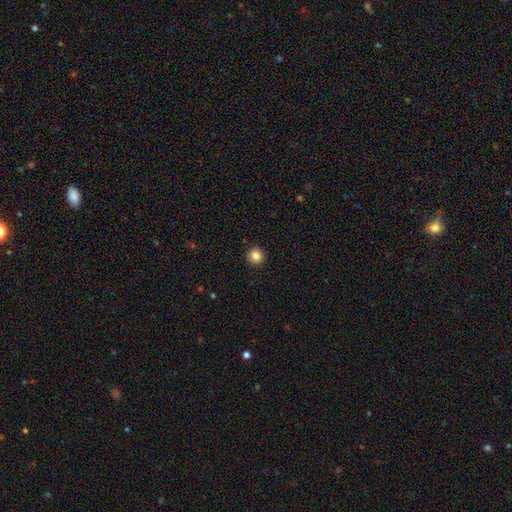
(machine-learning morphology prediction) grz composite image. It shows a smooth galaxy with no disk features (84%) that is round (92%). Merging: none (92%).